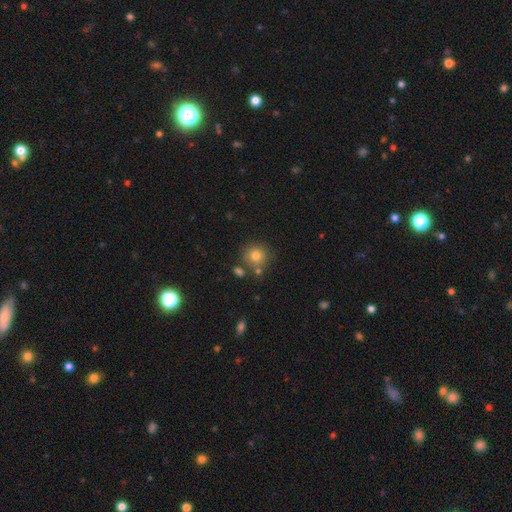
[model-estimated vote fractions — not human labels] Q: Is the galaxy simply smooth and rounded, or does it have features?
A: smooth — 78%.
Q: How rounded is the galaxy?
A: round — 91%.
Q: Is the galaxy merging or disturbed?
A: none — 75%.